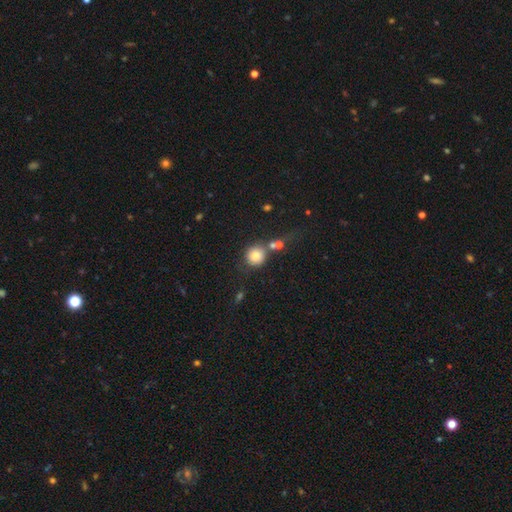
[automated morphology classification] Q: Smooth or featured?
A: smooth (81%); runner-up: star or artifact (10%)
Q: How rounded?
A: round (90%); runner-up: in between (9%)
Q: Merging?
A: none (62%); runner-up: merger (19%)